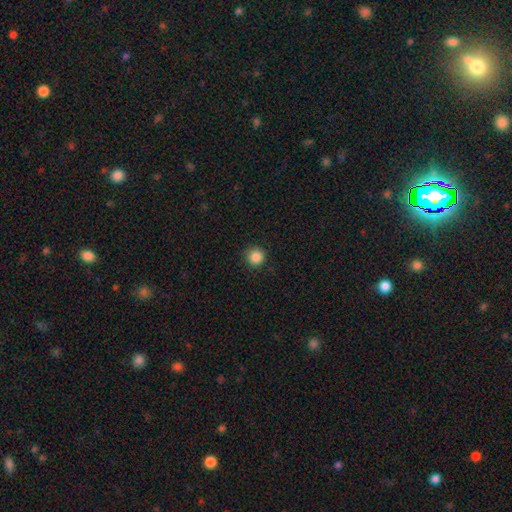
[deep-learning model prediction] This appears to be a smooth galaxy with no disk features (87%) that is round (95%). Merging: none (90%).